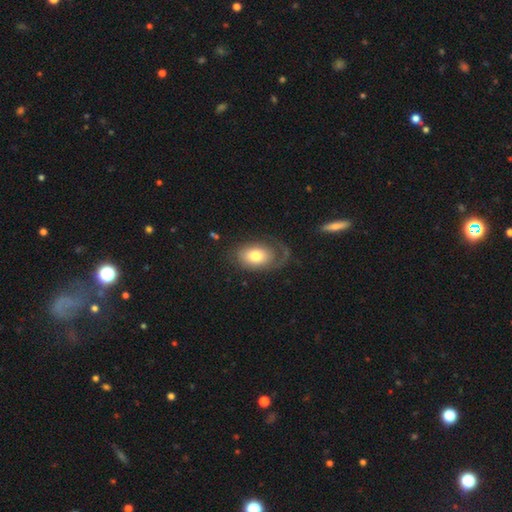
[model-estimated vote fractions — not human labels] smooth 57%, featured or disk 36%, star or artifact 7%. Down the decision tree: how rounded — in between (86%); merging — none (48%).